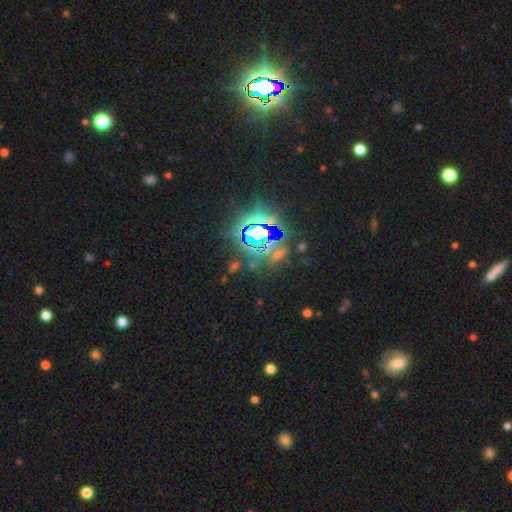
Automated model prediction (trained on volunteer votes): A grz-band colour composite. It shows a star or artifact, not a galaxy (84%).